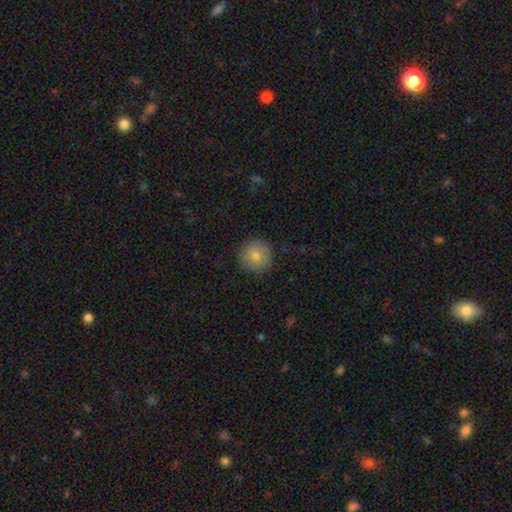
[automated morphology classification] Smooth or featured? Predicted: smooth (p=0.79). How rounded? Predicted: round (p=0.95). Merging? Predicted: none (p=0.90).